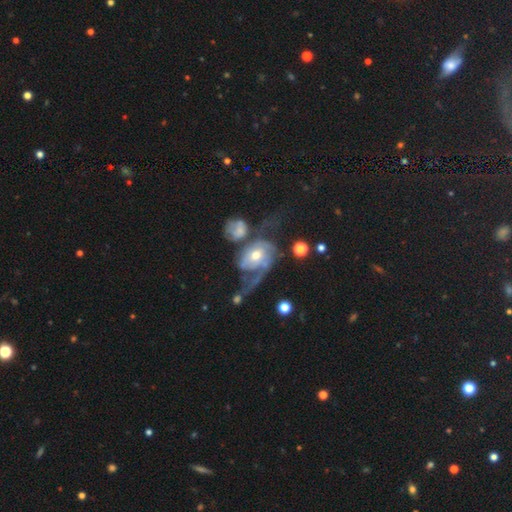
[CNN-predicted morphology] Overall: featured or disk (77%). Edge-on disk: no (96%). Bar: no (71%). Spiral arms: yes (84%). Spiral arm count: 2 (47%; 1 24%). Spiral winding: medium (37%, tied with loose). Bulge size: moderate (67%). Merging: major disturbance (43%; merger 22%).